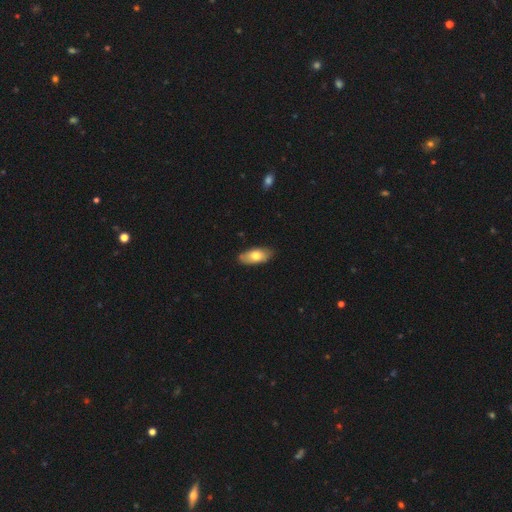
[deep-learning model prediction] Smooth or featured? smooth (73%)
How rounded? in between (87%)
Merging? none (82%)